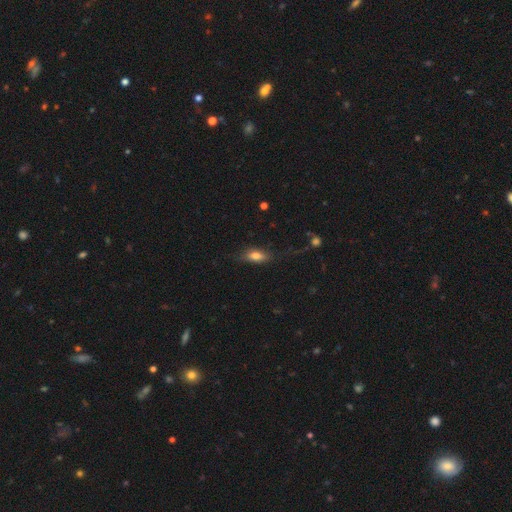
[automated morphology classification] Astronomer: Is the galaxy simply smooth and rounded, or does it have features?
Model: smooth — 74%.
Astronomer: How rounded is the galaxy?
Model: in between — 75%.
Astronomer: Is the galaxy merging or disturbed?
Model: none — 65%.